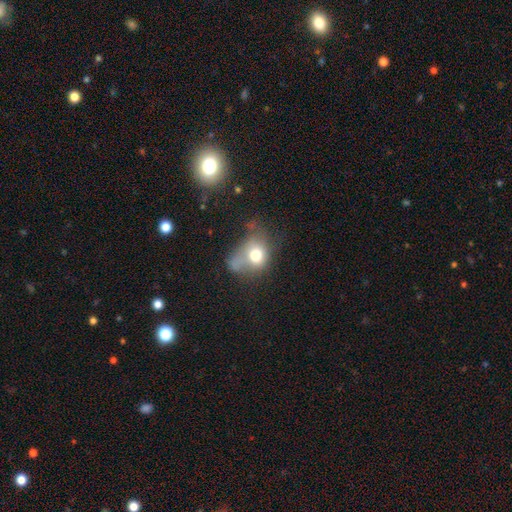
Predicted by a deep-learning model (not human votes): A smooth galaxy with no disk features (69%) that is in between round and cigar-shaped (55%). Merging: major disturbance (35%).